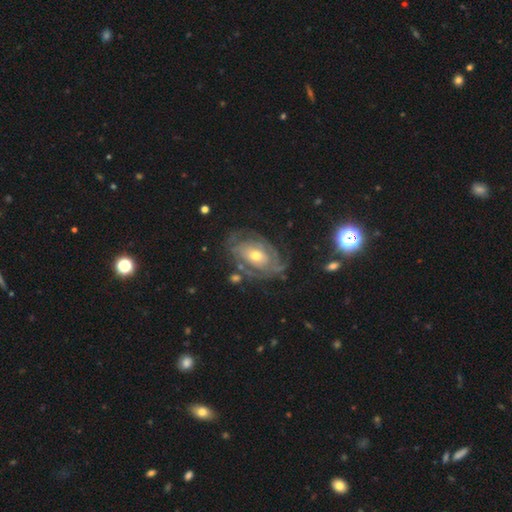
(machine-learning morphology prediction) This is clearly a featured or disk galaxy (81%). It is clearly not viewed edge-on (95%). Bar: likely no (71%). Spiral arm pattern: clearly yes (85%). Spiral arm count: possibly can't tell (46%). Spiral winding: likely tight (68%). Central bulge: likely moderate (61%). Merging: likely none (68%).